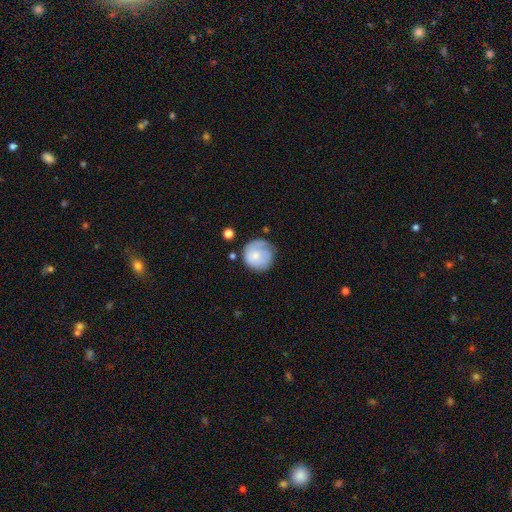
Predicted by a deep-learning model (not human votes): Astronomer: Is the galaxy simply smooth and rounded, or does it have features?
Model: smooth — 59%.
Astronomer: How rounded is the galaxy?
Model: round — 91%.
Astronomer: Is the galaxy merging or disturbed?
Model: none — 60%.